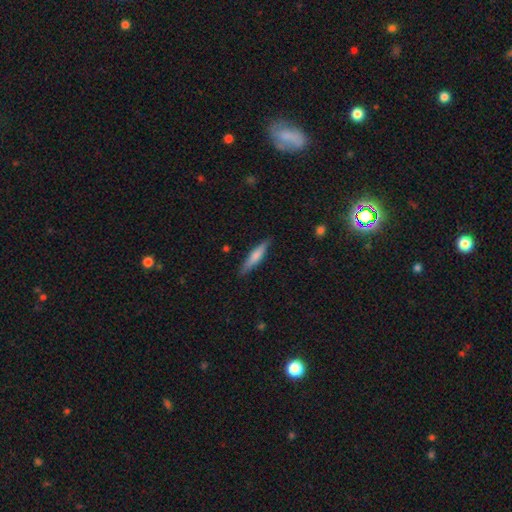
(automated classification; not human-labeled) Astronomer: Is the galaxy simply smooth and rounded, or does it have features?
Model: smooth — 61%.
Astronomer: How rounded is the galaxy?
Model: cigar-shaped — 89%.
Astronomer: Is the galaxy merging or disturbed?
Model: none — 88%.